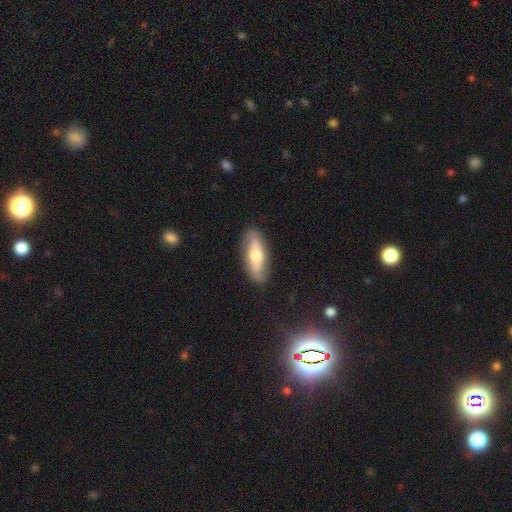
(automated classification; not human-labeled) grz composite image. It shows a featured or disk galaxy (50%). Merging: none (85%).